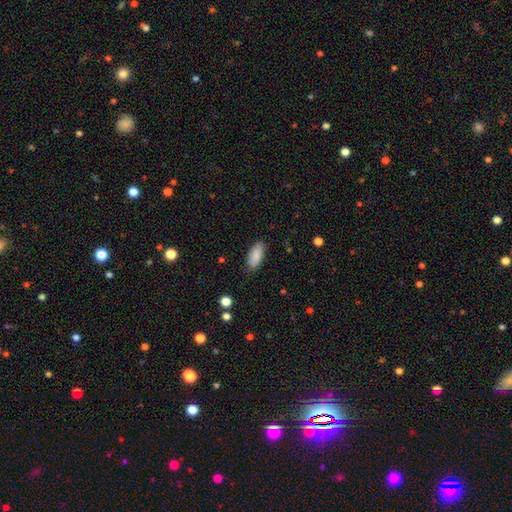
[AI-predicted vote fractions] smooth-or-featured: smooth: 86% | featured or disk: 8% | star or artifact: 7%
  how-rounded: in between: 88% | cigar-shaped: 10% | round: 2%
  merging: none: 84% | minor disturbance: 12% | major disturbance: 2% | merger: 1%